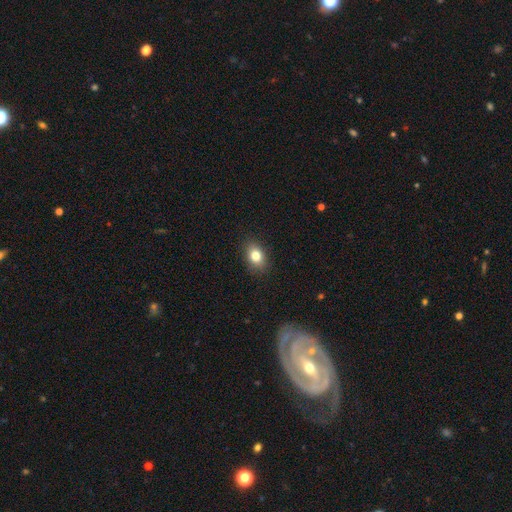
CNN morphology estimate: This appears to be a smooth galaxy with no disk features (82%) that is in between round and cigar-shaped (73%). Merging: none (87%).